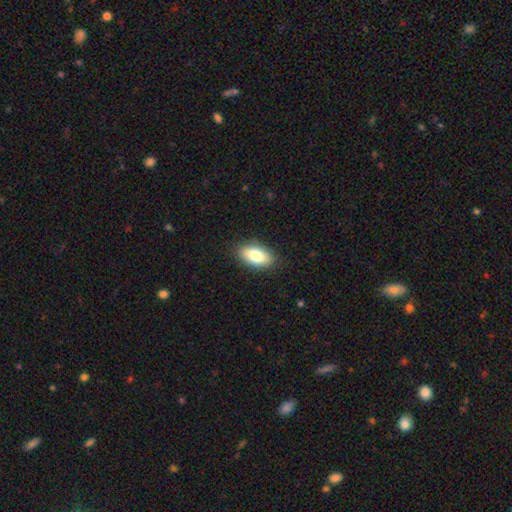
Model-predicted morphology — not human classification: type=smooth (79%); roundness=in between (91%); merging=none (87%).